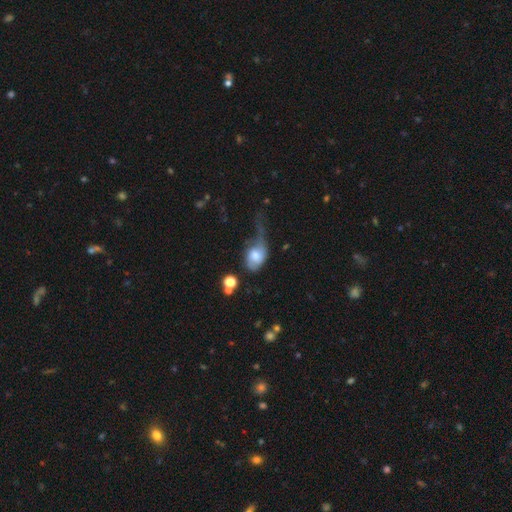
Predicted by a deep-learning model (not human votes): A smooth galaxy with no disk features (59%) that is in between round and cigar-shaped (69%).

Vote fractions:
- Smooth or featured? smooth: 59% / featured or disk: 33% / star or artifact: 8%
- How rounded? in between: 69% / round: 30% / cigar-shaped: 2%
- Merging? major disturbance: 54% / minor disturbance: 23% / none: 16% / merger: 7%